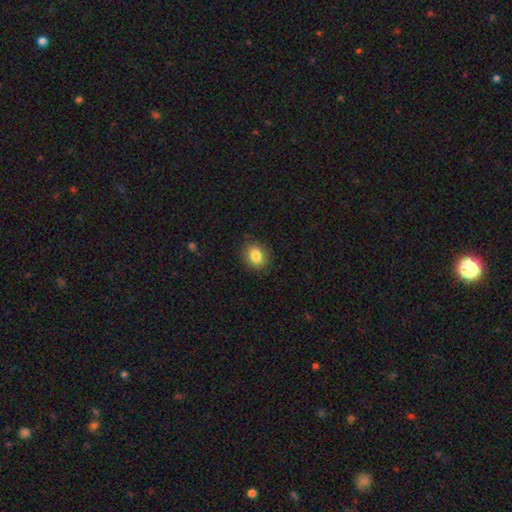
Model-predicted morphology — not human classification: Smooth or featured? Predicted: smooth (p=0.85). How rounded? Predicted: round (p=0.62). Merging? Predicted: none (p=0.87).